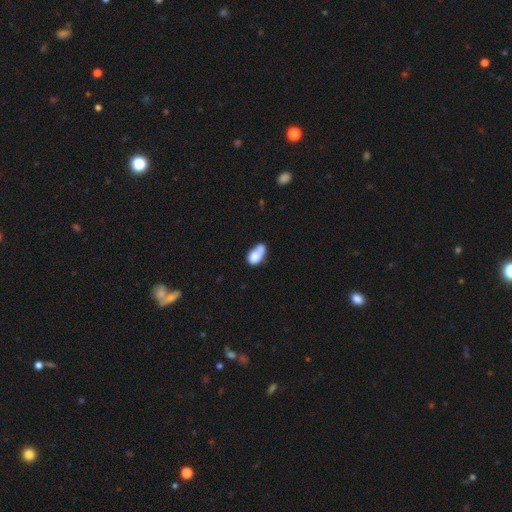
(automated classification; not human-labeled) smooth-or-featured: smooth: 74% | featured or disk: 18% | star or artifact: 8%
  how-rounded: in between: 89% | round: 8% | cigar-shaped: 3%
  merging: none: 31% | merger: 29% | minor disturbance: 25% | major disturbance: 14%